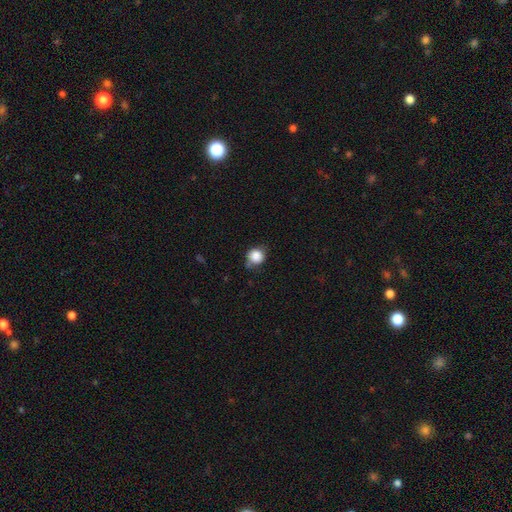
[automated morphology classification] Q: Smooth or featured?
A: smooth (84%); runner-up: star or artifact (10%)
Q: How rounded?
A: round (87%); runner-up: in between (12%)
Q: Merging?
A: none (65%); runner-up: minor disturbance (26%)